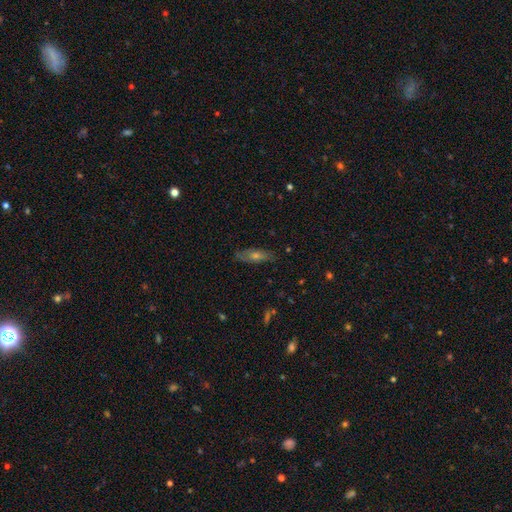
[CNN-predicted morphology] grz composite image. It shows a featured or disk galaxy (44%). Merging: none (83%).